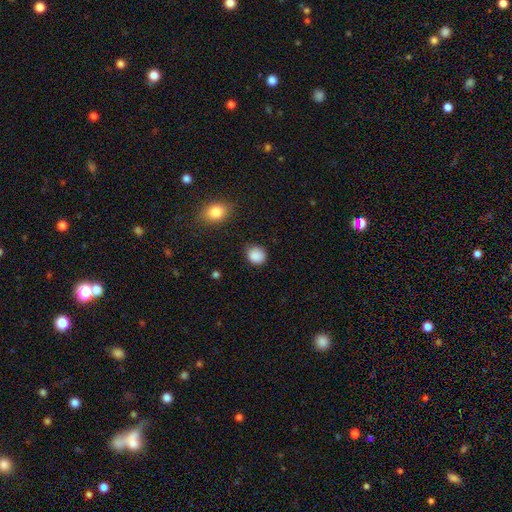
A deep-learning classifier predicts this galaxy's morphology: A smooth galaxy with no disk features (89%) that is round (79%).

Vote fractions:
- Smooth or featured? smooth: 89% / star or artifact: 9% / featured or disk: 3%
- How rounded? round: 79% / in between: 20% / cigar-shaped: 1%
- Merging? none: 84% / minor disturbance: 11% / major disturbance: 3% / merger: 2%